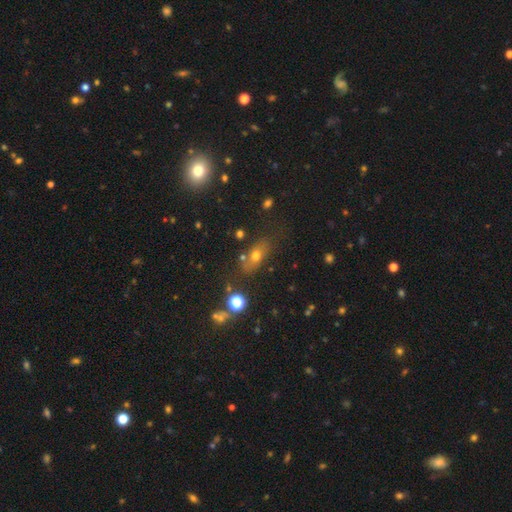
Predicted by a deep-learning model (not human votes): smooth_or_featured: smooth (p=0.64) [alt: featured or disk p=0.19]
how_rounded: in between (p=0.66) [alt: round p=0.20]
merging: none (p=0.70) [alt: minor disturbance p=0.15]